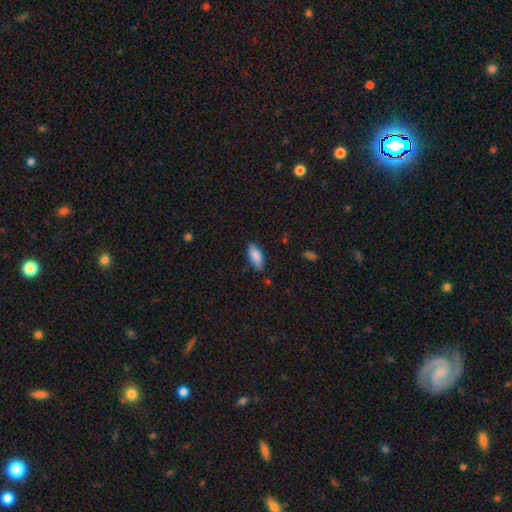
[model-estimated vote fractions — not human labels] Smooth or featured: smooth — 84% (featured or disk — 9%)
How rounded: in between — 78% (cigar-shaped — 20%)
Merging: none — 77% (minor disturbance — 19%)